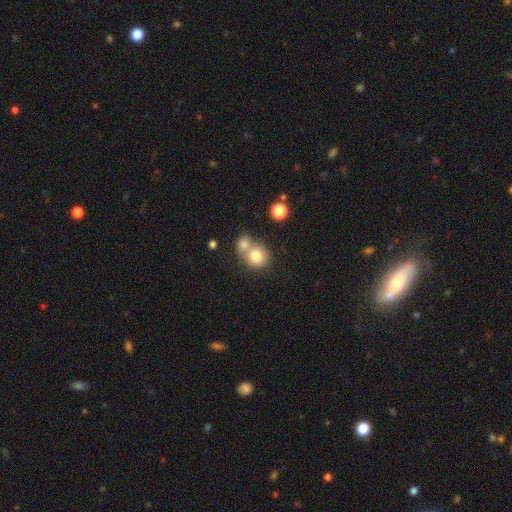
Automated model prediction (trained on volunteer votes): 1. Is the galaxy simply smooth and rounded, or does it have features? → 80% smooth, 11% featured or disk, 10% star or artifact.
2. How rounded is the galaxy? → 80% round, 19% in between, 1% cigar-shaped.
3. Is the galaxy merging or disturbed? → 54% merger, 35% none, 7% minor disturbance, 3% major disturbance.